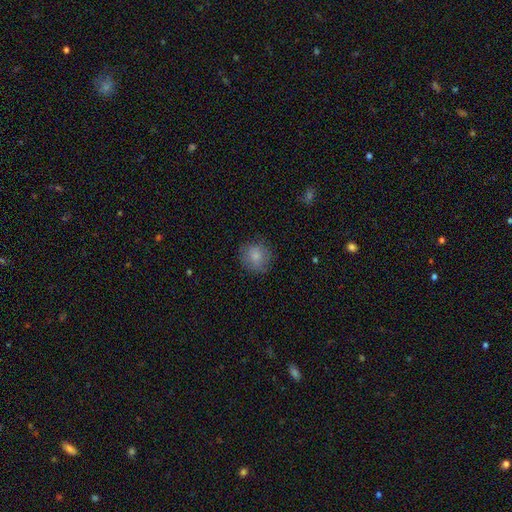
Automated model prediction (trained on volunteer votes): Q: Smooth or featured?
A: smooth (83%); runner-up: featured or disk (9%)
Q: How rounded?
A: round (88%); runner-up: in between (11%)
Q: Merging?
A: none (81%); runner-up: minor disturbance (14%)